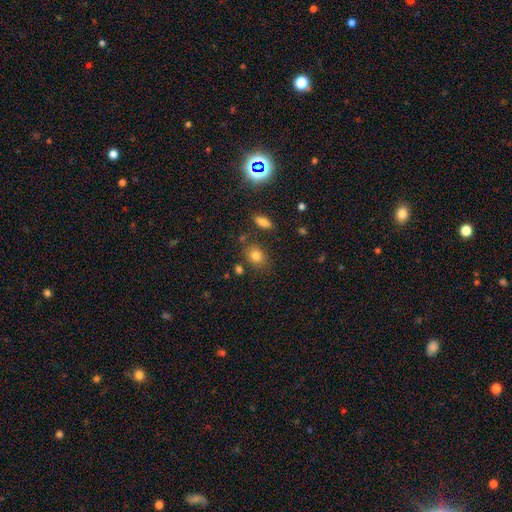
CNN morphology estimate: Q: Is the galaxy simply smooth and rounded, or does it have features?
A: smooth — 80%.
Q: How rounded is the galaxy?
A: in between — 58%.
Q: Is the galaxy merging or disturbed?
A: none — 75%.